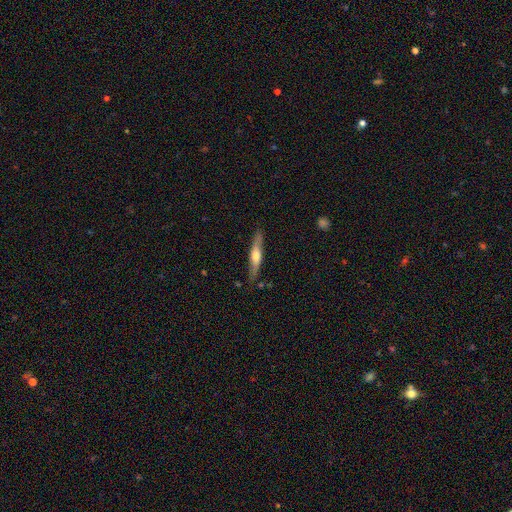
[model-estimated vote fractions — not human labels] Overall: featured or disk (59%; smooth 36%). Edge-on disk: yes (89%). Edge-on bulge: rounded (87%). Merging: none (83%).